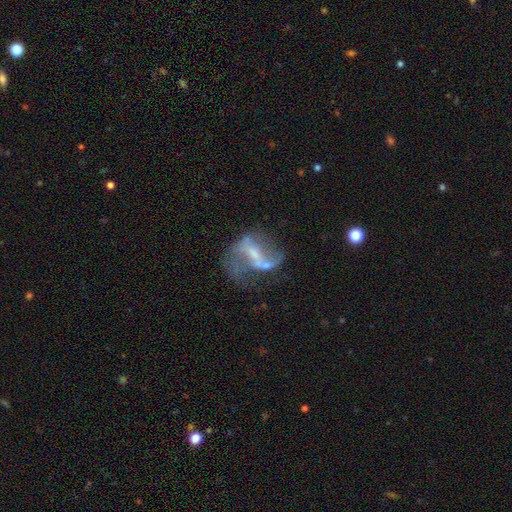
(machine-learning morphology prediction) Smooth or featured: featured or disk — 74% (smooth — 15%)
Edge-on disk: no — 96% (yes — 4%)
Bar: weak — 41% (no — 33%)
Spiral arms: yes — 67% (no — 33%)
Bulge size: small — 43% (none — 27%)
Merging: none — 35% (major disturbance — 32%)